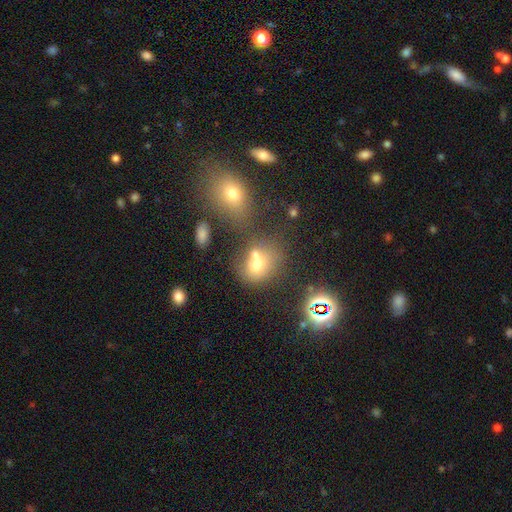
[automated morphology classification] This appears to be a smooth galaxy with no disk features (65%) that is round (65%). Merging: merger (48%).